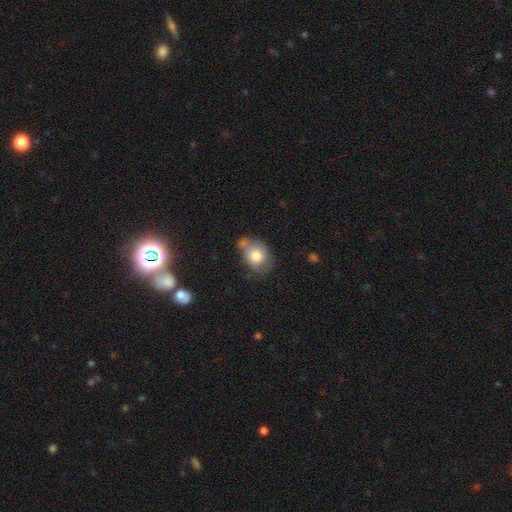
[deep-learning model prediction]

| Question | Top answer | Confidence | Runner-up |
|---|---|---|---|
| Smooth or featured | smooth | 74% | featured or disk (19%) |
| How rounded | in between | 63% | round (35%) |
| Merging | none | 40% | minor disturbance (31%) |